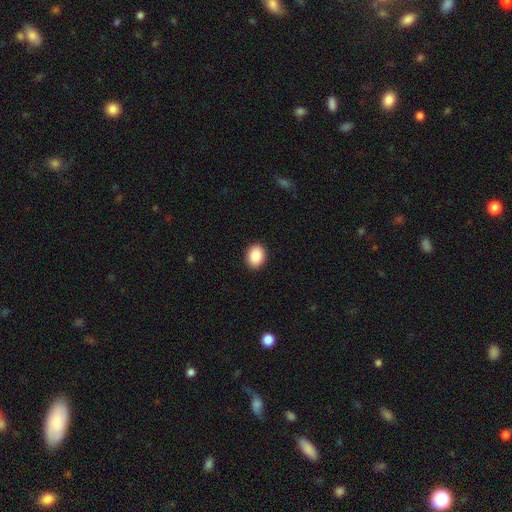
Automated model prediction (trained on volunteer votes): This appears to be a smooth galaxy with no disk features (88%) that is in between round and cigar-shaped (62%). Merging: none (92%).